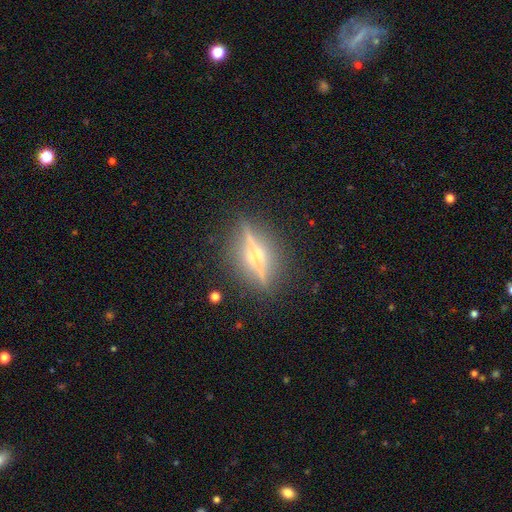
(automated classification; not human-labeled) featured or disk 80%, smooth 12%, star or artifact 8%. Down the decision tree: edge-on disk — yes (93%); edge-on bulge — rounded (93%); merging — none (85%).